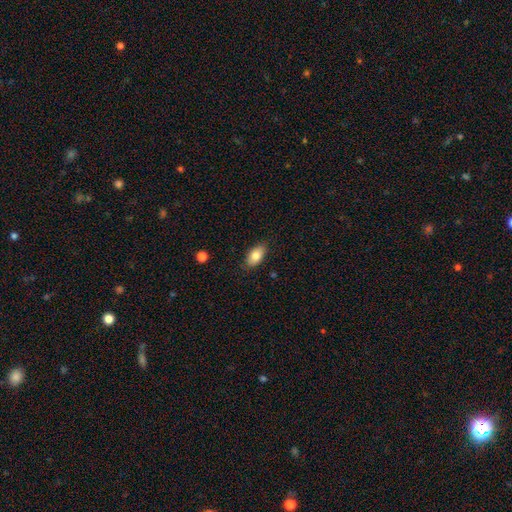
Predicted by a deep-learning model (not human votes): A smooth galaxy with no disk features (81%) that is in between round and cigar-shaped (91%).

Vote fractions:
- Smooth or featured? smooth: 81% / featured or disk: 12% / star or artifact: 7%
- How rounded? in between: 91% / round: 4% / cigar-shaped: 4%
- Merging? none: 85% / minor disturbance: 12% / major disturbance: 2% / merger: 1%